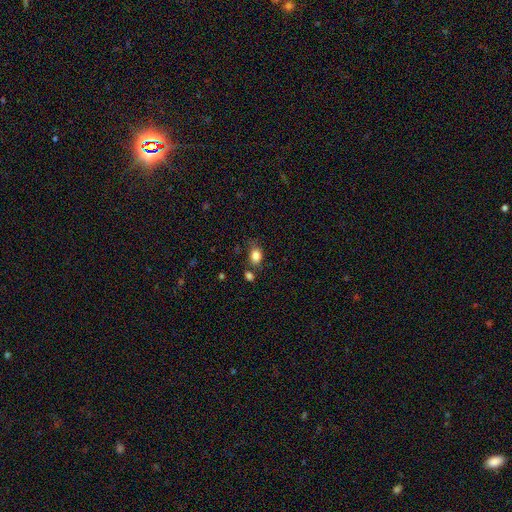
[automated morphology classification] Smooth or featured?
  - smooth: 84% *
  - star or artifact: 9%
  - featured or disk: 6%
How rounded?
  - in between: 75% *
  - round: 23%
  - cigar-shaped: 1%
Merging?
  - none: 66% *
  - minor disturbance: 17%
  - merger: 11%
  - major disturbance: 5%